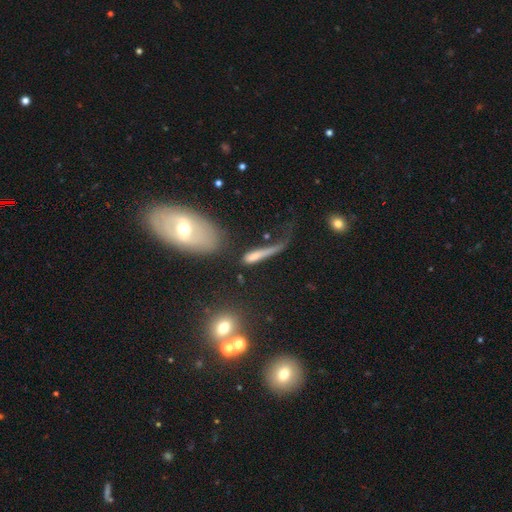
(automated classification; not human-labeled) smooth_or_featured: smooth (p=0.62) [alt: featured or disk p=0.28]
how_rounded: cigar-shaped (p=0.73) [alt: in between p=0.21]
merging: major disturbance (p=0.35) [alt: none p=0.30]